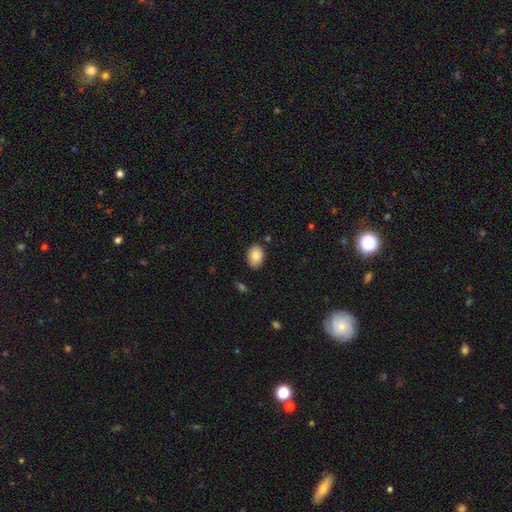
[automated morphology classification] type=smooth (86%); roundness=in between (79%); merging=none (82%).